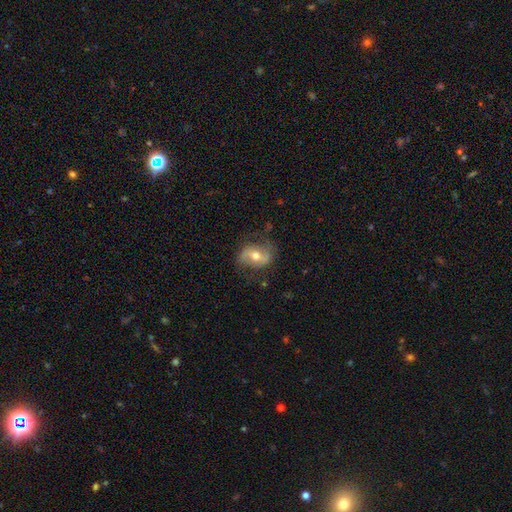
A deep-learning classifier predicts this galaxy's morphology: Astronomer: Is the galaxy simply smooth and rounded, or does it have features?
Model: featured or disk — 56% (runner-up: smooth, 37%).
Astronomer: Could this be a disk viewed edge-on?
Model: no — 94%.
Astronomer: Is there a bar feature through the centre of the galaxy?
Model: weak — 36% (runner-up: no, 34%).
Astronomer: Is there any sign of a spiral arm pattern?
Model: yes — 74%.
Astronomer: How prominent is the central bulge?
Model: moderate — 73%.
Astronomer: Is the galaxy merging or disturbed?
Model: none — 69%.